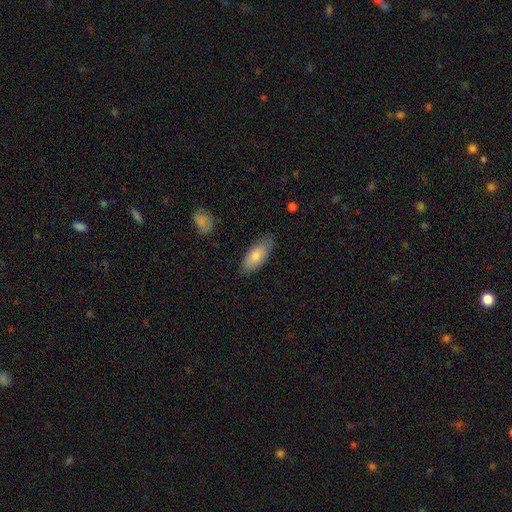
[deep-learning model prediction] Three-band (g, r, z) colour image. It shows a smooth galaxy with no disk features (76%) that is in between round and cigar-shaped (79%). Merging: none (82%).